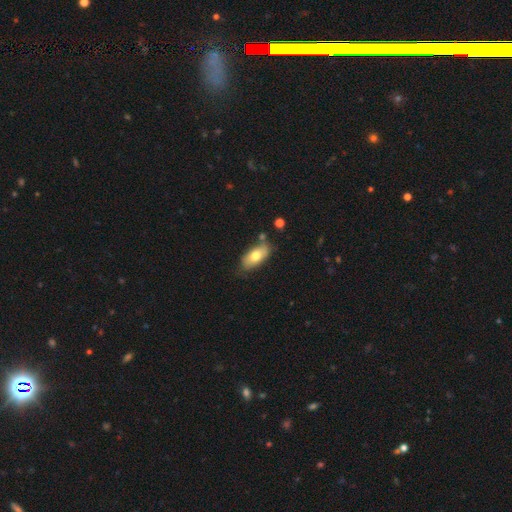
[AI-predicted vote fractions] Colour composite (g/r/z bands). It shows a smooth galaxy with no disk features (72%) that is in between round and cigar-shaped (89%). Merging: none (72%).